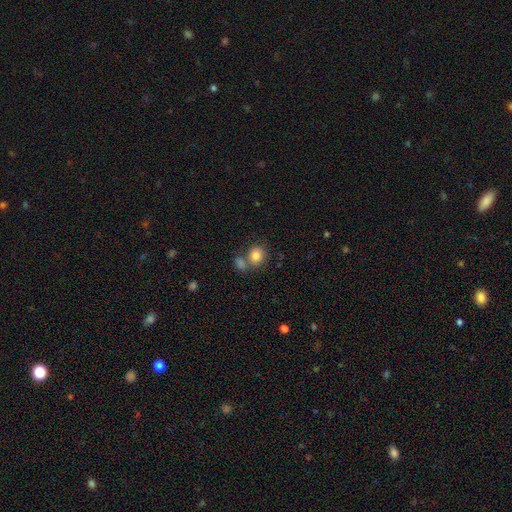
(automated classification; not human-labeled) smooth-or-featured: smooth: 83% | star or artifact: 10% | featured or disk: 8%
  how-rounded: round: 68% | in between: 31% | cigar-shaped: 1%
  merging: none: 56% | merger: 28% | minor disturbance: 11% | major disturbance: 4%